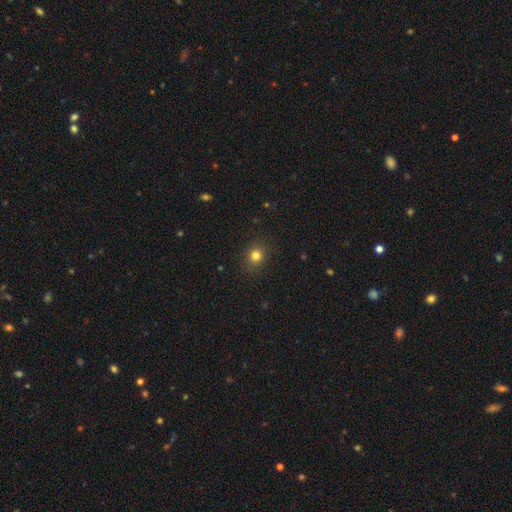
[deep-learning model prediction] Smooth or featured: smooth — 80% (star or artifact — 14%)
How rounded: round — 78% (in between — 21%)
Merging: none — 88% (minor disturbance — 8%)